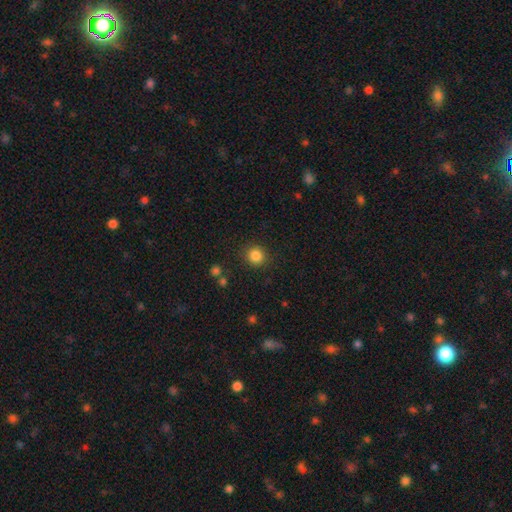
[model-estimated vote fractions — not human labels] smooth 85%, star or artifact 11%, featured or disk 4%. Down the decision tree: how rounded — round (89%); merging — none (88%).